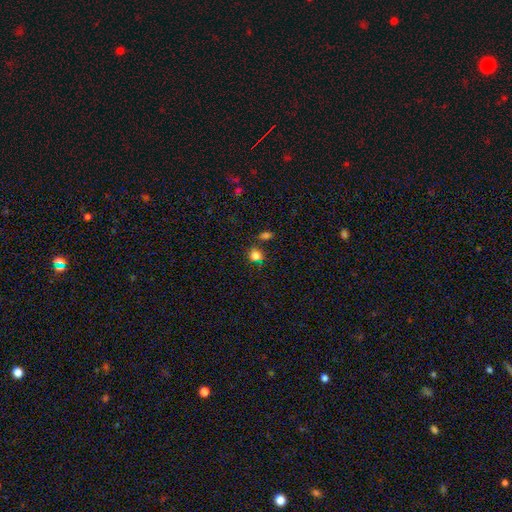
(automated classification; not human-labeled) Smooth or featured? smooth (80%)
How rounded? round (72%)
Merging? none (70%)